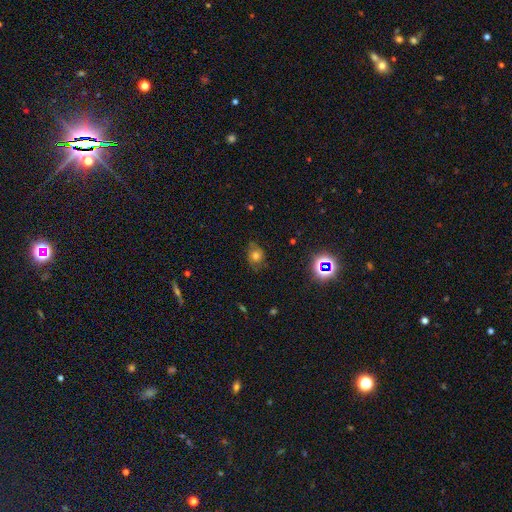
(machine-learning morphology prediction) Overall: smooth (60%; star or artifact 20%). How rounded: round (53%; in between 45%). Merging: none (67%).